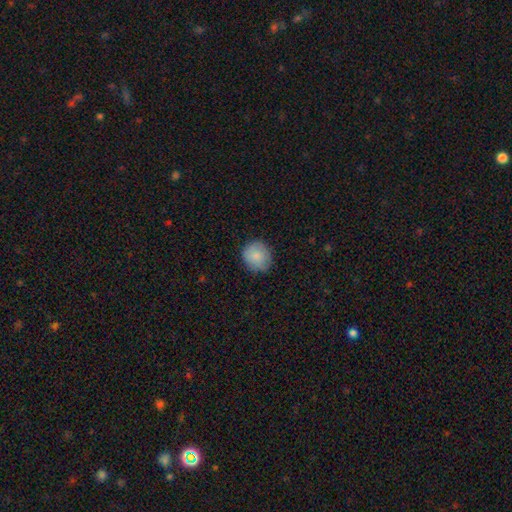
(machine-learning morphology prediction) smooth-or-featured: smooth: 85% | featured or disk: 8% | star or artifact: 7%
  how-rounded: round: 87% | in between: 12% | cigar-shaped: 1%
  merging: none: 83% | minor disturbance: 14% | major disturbance: 3% | merger: 1%